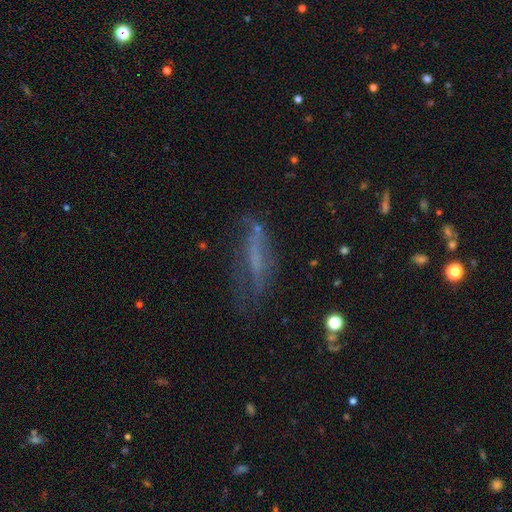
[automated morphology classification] Overall: featured or disk (44%; smooth 40%). Merging: none (48%; minor disturbance 26%).